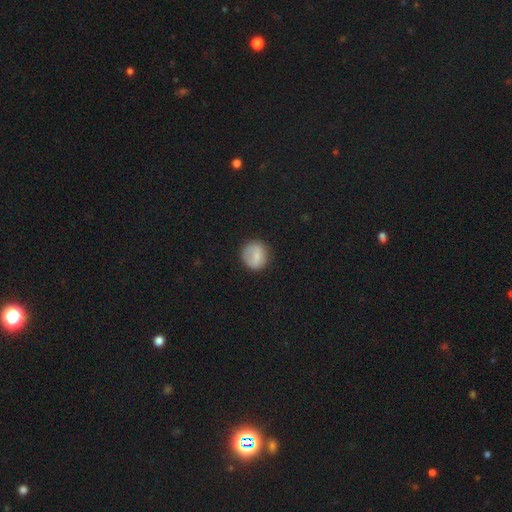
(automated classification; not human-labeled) Q: Smooth or featured?
A: smooth (77%); runner-up: featured or disk (15%)
Q: How rounded?
A: round (86%); runner-up: in between (13%)
Q: Merging?
A: none (81%); runner-up: minor disturbance (13%)